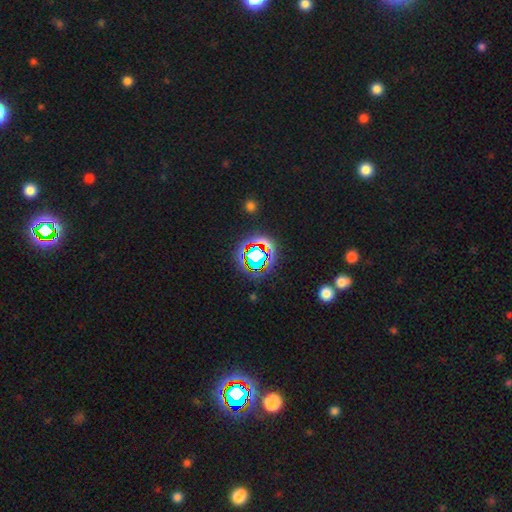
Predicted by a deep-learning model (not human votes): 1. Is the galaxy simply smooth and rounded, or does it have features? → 63% star or artifact, 20% smooth, 17% featured or disk.